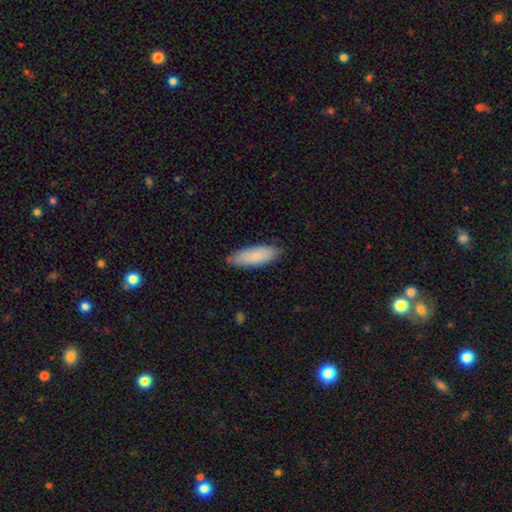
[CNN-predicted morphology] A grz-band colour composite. It shows a smooth galaxy with no disk features (83%) that is in between round and cigar-shaped (66%). Merging: none (83%).